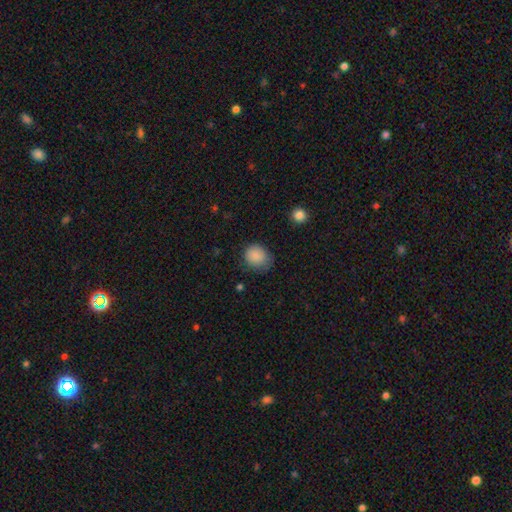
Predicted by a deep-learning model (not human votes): A smooth galaxy with no disk features (87%) that is round (75%).

Vote fractions:
- Smooth or featured? smooth: 87% / star or artifact: 9% / featured or disk: 5%
- How rounded? round: 75% / in between: 24% / cigar-shaped: 1%
- Merging? none: 67% / minor disturbance: 25% / major disturbance: 6% / merger: 1%